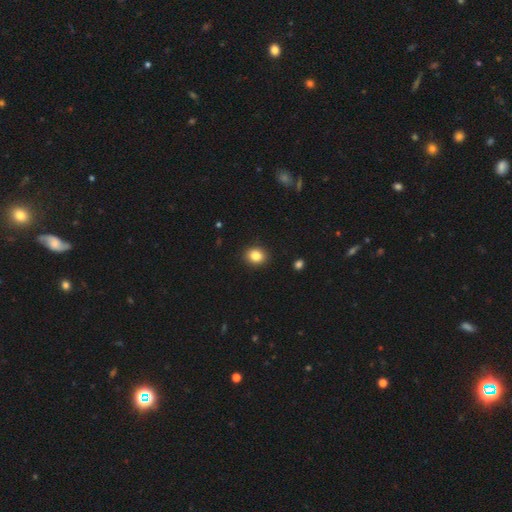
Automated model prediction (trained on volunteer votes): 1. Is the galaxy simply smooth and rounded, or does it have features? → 84% smooth, 10% star or artifact, 6% featured or disk.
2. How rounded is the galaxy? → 68% round, 31% in between, 1% cigar-shaped.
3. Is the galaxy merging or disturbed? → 91% none, 6% minor disturbance, 2% major disturbance, 1% merger.